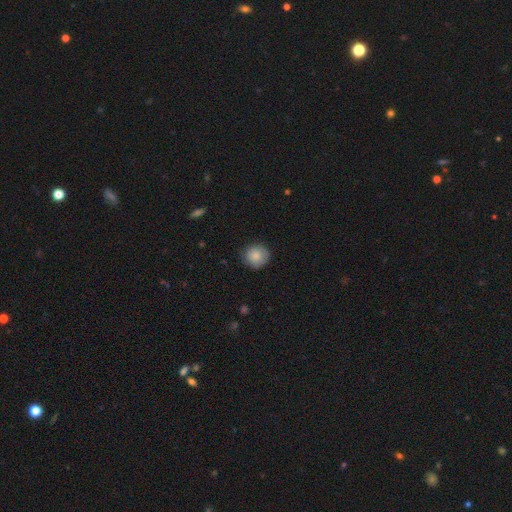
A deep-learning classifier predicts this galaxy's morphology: A smooth galaxy with no disk features (85%) that is round (89%).

Vote fractions:
- Smooth or featured? smooth: 85% / featured or disk: 8% / star or artifact: 7%
- How rounded? round: 89% / in between: 10% / cigar-shaped: 1%
- Merging? none: 83% / minor disturbance: 13% / major disturbance: 3% / merger: 1%